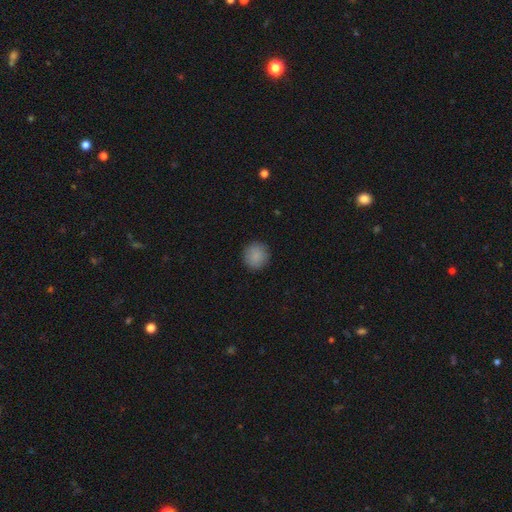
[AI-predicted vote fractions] Morphology: type=smooth (88%); roundness=round (92%); merging=none (90%).